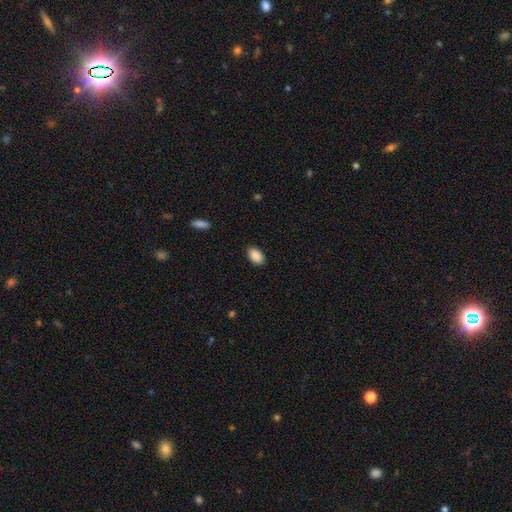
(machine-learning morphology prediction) This appears to be a smooth galaxy with no disk features (90%) that is in between round and cigar-shaped (89%). Merging: none (88%).